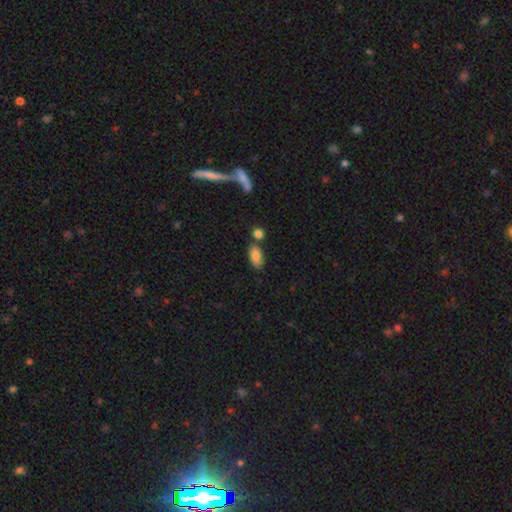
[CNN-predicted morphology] Smooth or featured? smooth (84%)
How rounded? in between (92%)
Merging? none (65%)